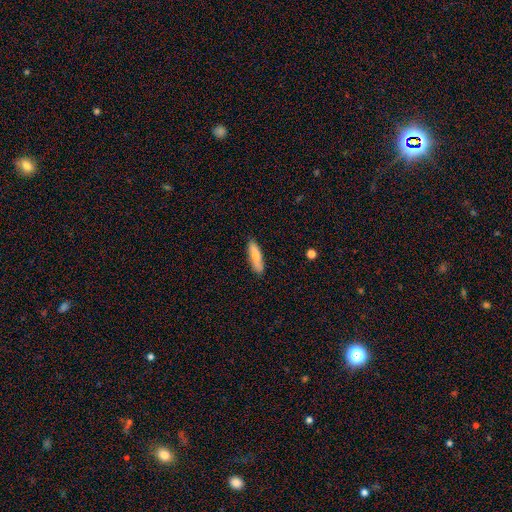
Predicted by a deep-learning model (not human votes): A smooth galaxy with no disk features (79%) that is cigar-shaped (66%). Merging: none (86%).